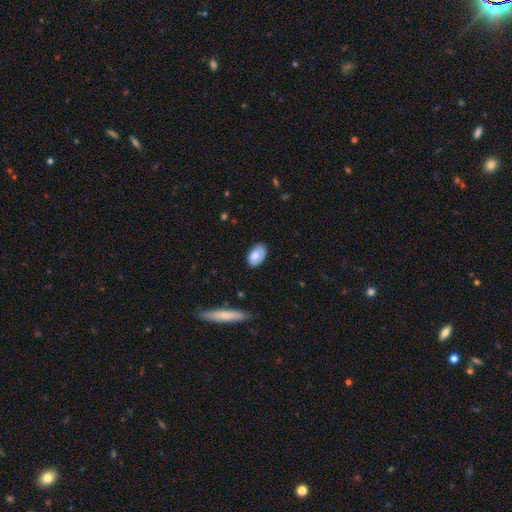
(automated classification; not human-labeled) Smooth or featured? Predicted: smooth (p=0.79). How rounded? Predicted: in between (p=0.93). Merging? Predicted: none (p=0.77).